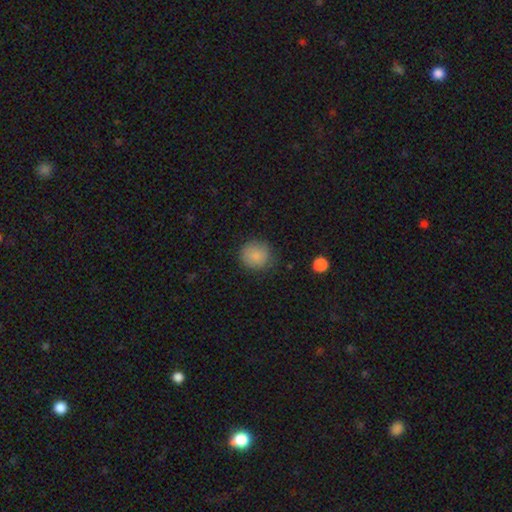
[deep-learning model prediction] Q: Smooth or featured?
A: smooth (85%); runner-up: star or artifact (9%)
Q: How rounded?
A: round (89%); runner-up: in between (10%)
Q: Merging?
A: none (78%); runner-up: minor disturbance (16%)